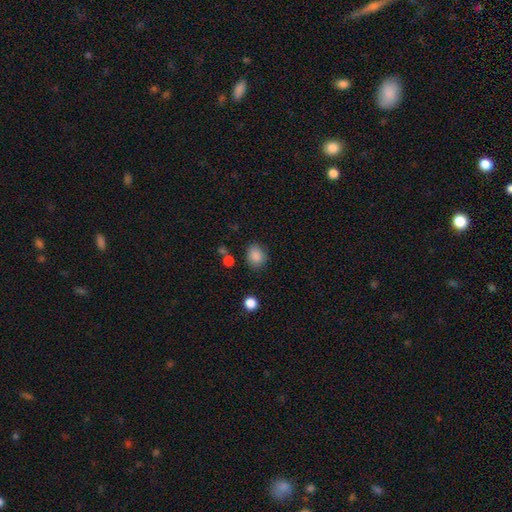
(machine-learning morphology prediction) The model was most divided on "how rounded": round: 58%, in between: 41%, cigar-shaped: 1%. More confident: smooth or featured — smooth (86%); merging — none (80%).